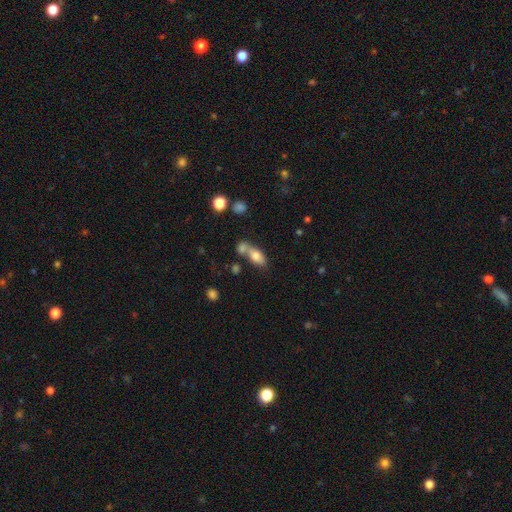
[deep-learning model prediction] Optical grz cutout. It shows a smooth galaxy with no disk features (75%) that is in between round and cigar-shaped (85%). Merging: merger (46%).